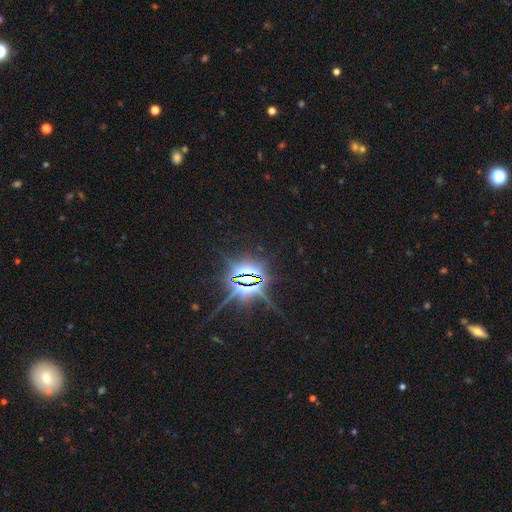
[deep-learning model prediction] Overall: star or artifact (87%).